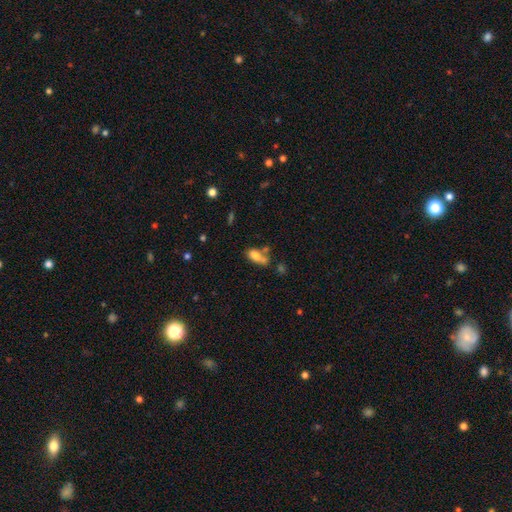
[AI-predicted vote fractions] Smooth or featured? Predicted: smooth (p=0.74). How rounded? Predicted: in between (p=0.81). Merging? Predicted: none (p=0.34).